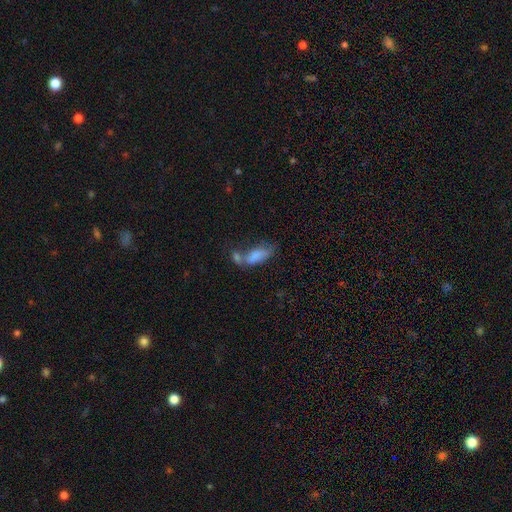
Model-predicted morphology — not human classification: Smooth or featured? Predicted: smooth (p=0.75). How rounded? Predicted: in between (p=0.79). Merging? Predicted: merger (p=0.49).